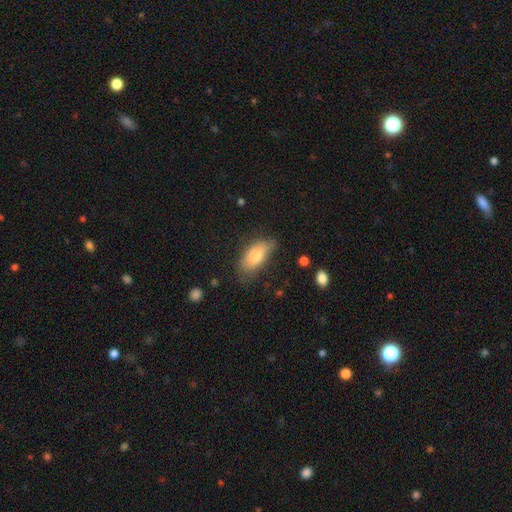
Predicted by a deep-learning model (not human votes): Smooth or featured? Predicted: smooth (p=0.78). How rounded? Predicted: in between (p=0.87). Merging? Predicted: none (p=0.59).